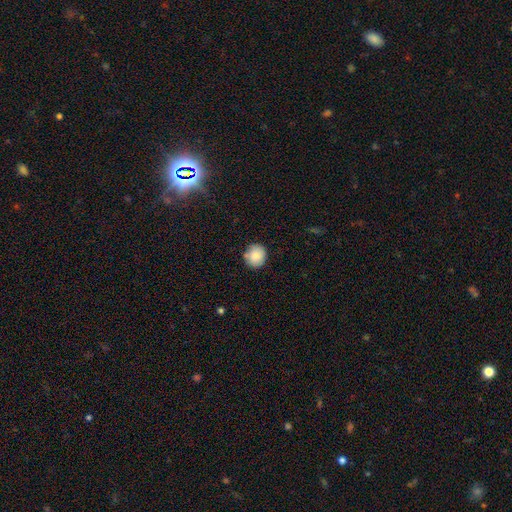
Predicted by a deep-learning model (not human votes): Q: Smooth or featured?
A: smooth (85%); runner-up: star or artifact (8%)
Q: How rounded?
A: round (82%); runner-up: in between (17%)
Q: Merging?
A: none (82%); runner-up: minor disturbance (13%)